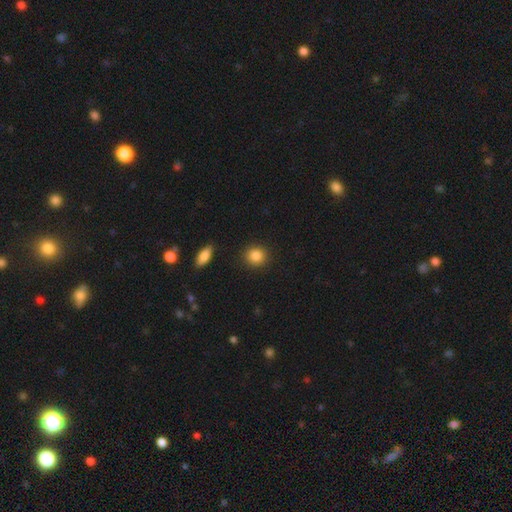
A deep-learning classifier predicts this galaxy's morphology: Smooth or featured? smooth (87%)
How rounded? round (82%)
Merging? none (89%)